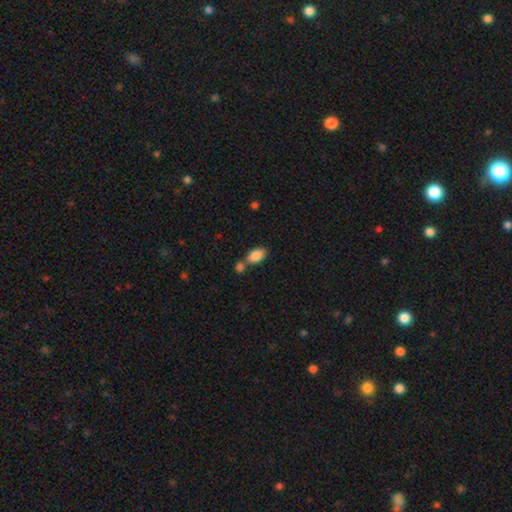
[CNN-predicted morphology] Overall: smooth (86%). How rounded: in between (92%). Merging: none (48%; merger 37%).